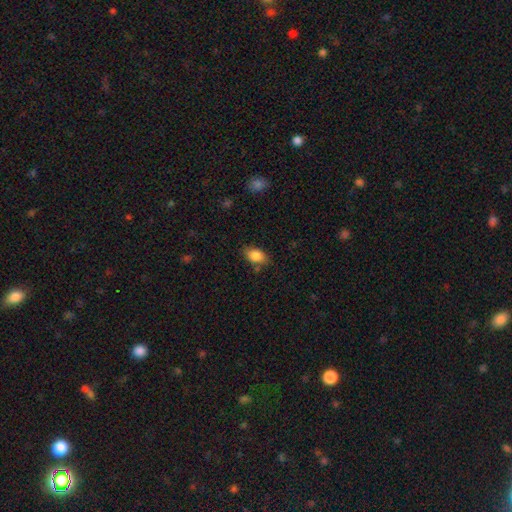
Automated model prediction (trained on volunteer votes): Smooth or featured?
  - smooth: 85% *
  - star or artifact: 8%
  - featured or disk: 7%
How rounded?
  - in between: 88% *
  - round: 10%
  - cigar-shaped: 3%
Merging?
  - none: 77% *
  - minor disturbance: 16%
  - major disturbance: 4%
  - merger: 3%